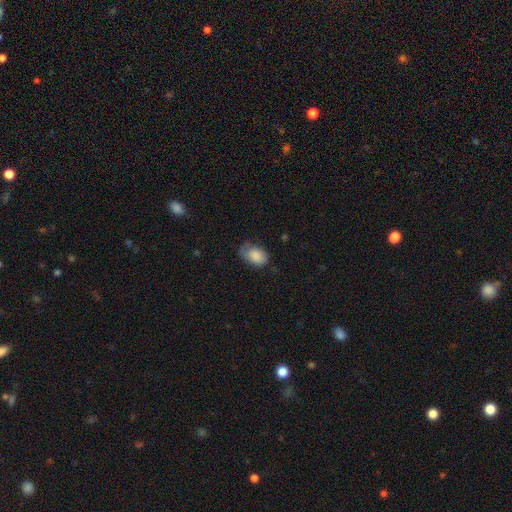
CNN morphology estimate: Smooth or featured: smooth — 79% (featured or disk — 14%)
How rounded: in between — 87% (round — 12%)
Merging: none — 45% (minor disturbance — 36%)